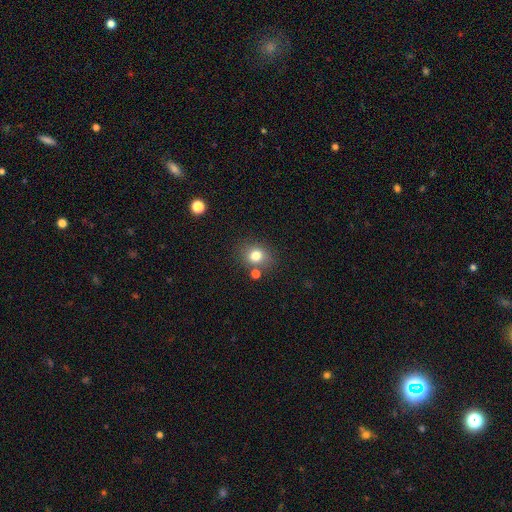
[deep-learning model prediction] Overall: smooth (78%). How rounded: round (66%; in between 33%). Merging: none (74%).